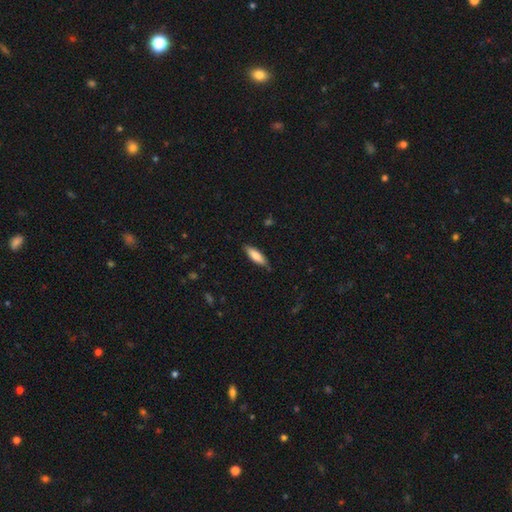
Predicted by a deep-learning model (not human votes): Smooth or featured: smooth — 80% (featured or disk — 15%)
How rounded: cigar-shaped — 50% (in between — 49%)
Merging: none — 84% (minor disturbance — 13%)